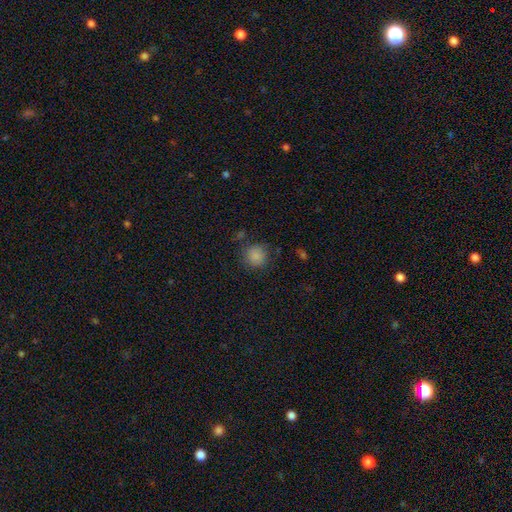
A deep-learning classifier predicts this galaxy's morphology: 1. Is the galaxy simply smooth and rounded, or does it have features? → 85% smooth, 10% star or artifact, 5% featured or disk.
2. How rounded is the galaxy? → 88% round, 11% in between, 1% cigar-shaped.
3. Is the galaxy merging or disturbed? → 79% none, 14% minor disturbance, 5% major disturbance, 3% merger.